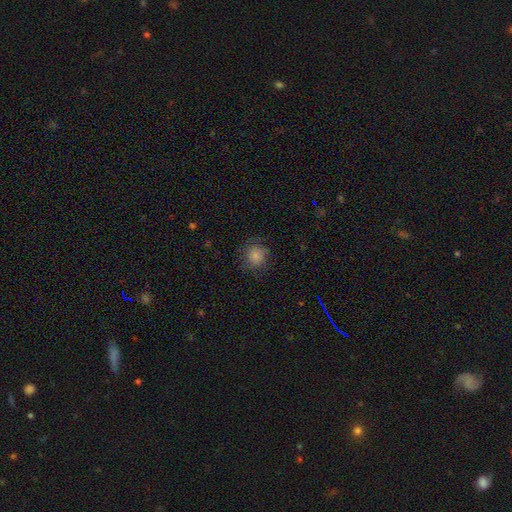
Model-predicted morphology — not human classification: This is clearly a smooth galaxy (83%). How rounded: clearly round (88%). Merging: likely none (79%).